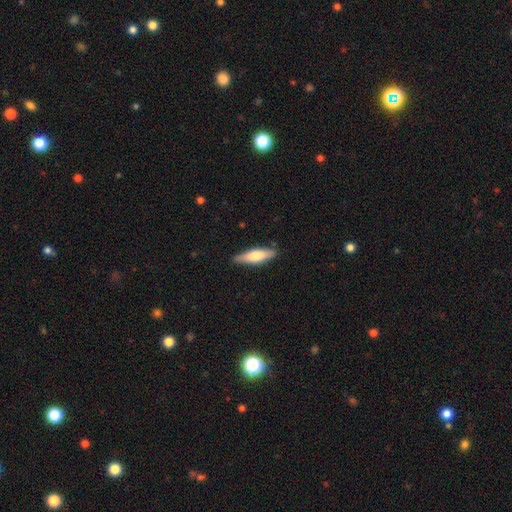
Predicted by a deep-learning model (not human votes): Smooth or featured? Predicted: smooth (p=0.61). How rounded? Predicted: cigar-shaped (p=0.64). Merging? Predicted: none (p=0.86).